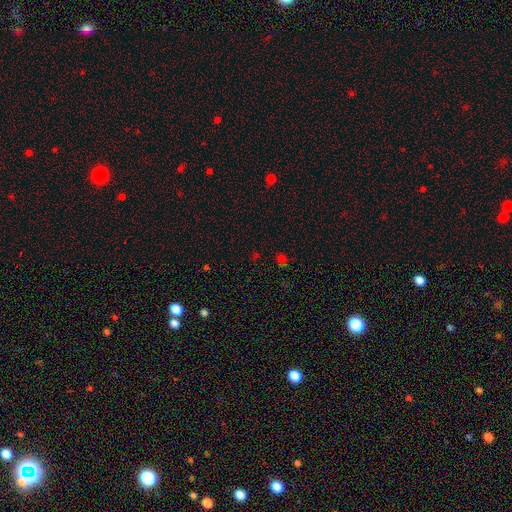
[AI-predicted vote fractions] Smooth or featured?
  - star or artifact: 54% *
  - smooth: 38%
  - featured or disk: 8%